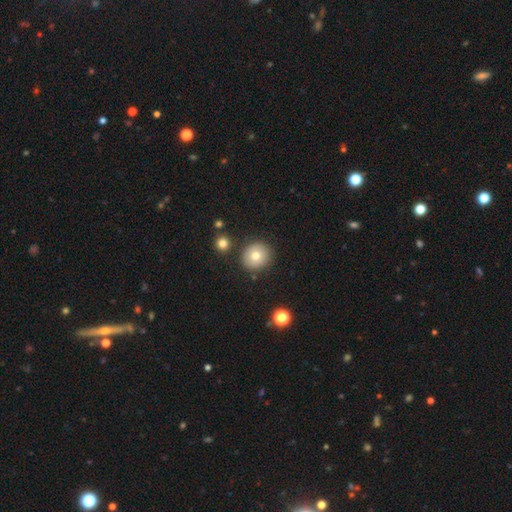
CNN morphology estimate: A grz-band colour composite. It shows a smooth galaxy with no disk features (77%) that is round (91%). Merging: none (87%).